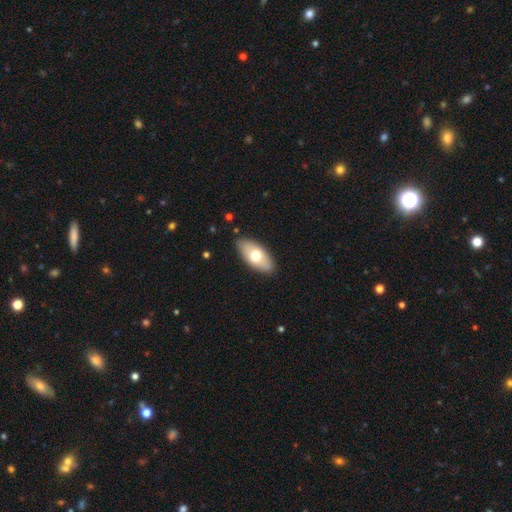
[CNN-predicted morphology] smooth_or_featured: smooth (p=0.64) [alt: featured or disk p=0.30]
how_rounded: in between (p=0.91) [alt: cigar-shaped p=0.06]
merging: none (p=0.86) [alt: minor disturbance p=0.11]